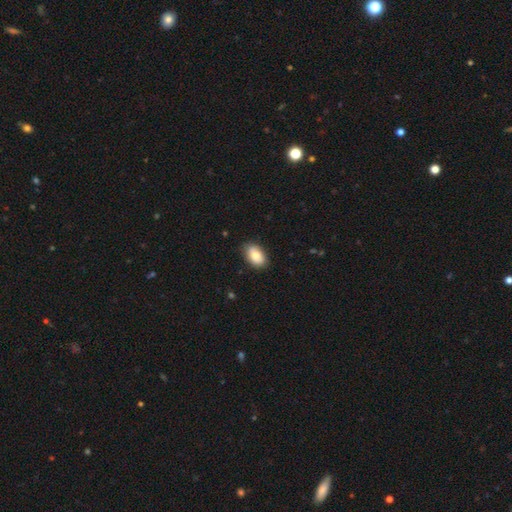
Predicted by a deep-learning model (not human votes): This appears to be a smooth galaxy with no disk features (83%) that is in between round and cigar-shaped (92%). Merging: none (84%).